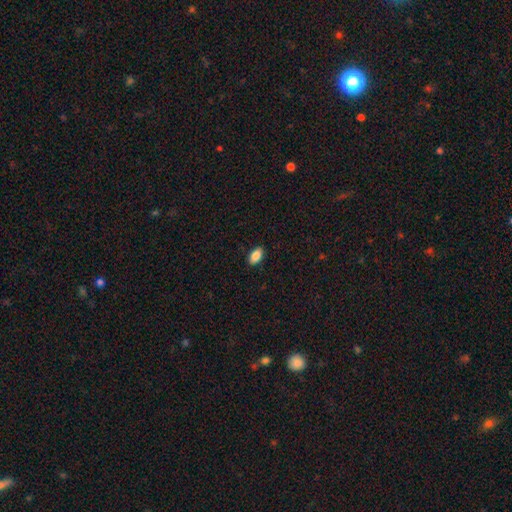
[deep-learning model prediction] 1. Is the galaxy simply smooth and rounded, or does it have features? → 88% smooth, 8% star or artifact, 4% featured or disk.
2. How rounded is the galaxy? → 93% in between, 5% round, 2% cigar-shaped.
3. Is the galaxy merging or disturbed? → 89% none, 8% minor disturbance, 2% major disturbance, 1% merger.